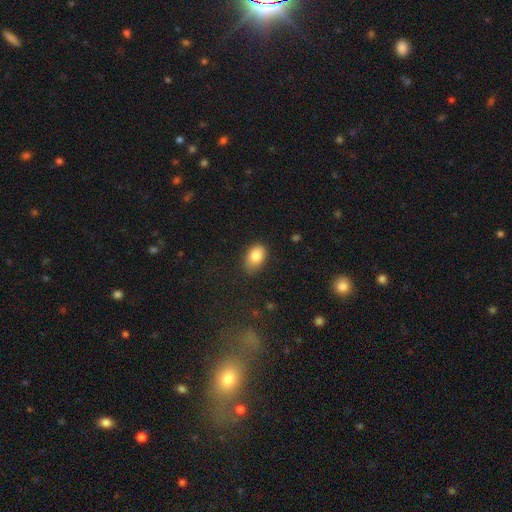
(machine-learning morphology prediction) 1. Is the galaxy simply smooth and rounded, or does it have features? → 83% smooth, 9% featured or disk, 8% star or artifact.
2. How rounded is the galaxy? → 86% in between, 13% round, 1% cigar-shaped.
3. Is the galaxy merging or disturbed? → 75% none, 20% minor disturbance, 4% major disturbance, 1% merger.